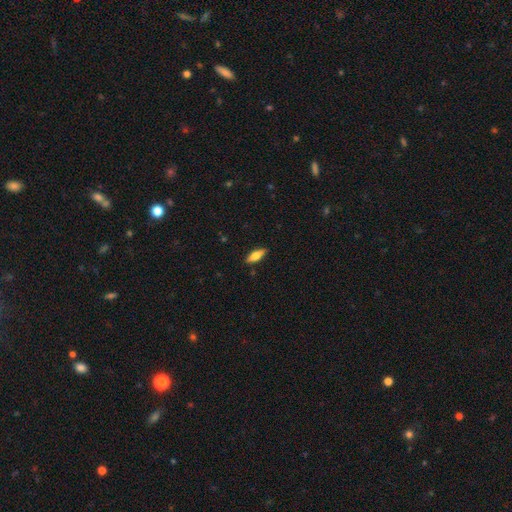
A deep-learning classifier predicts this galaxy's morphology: smooth 64%, featured or disk 29%, star or artifact 6%. Down the decision tree: how rounded — in between (62%); merging — none (88%).